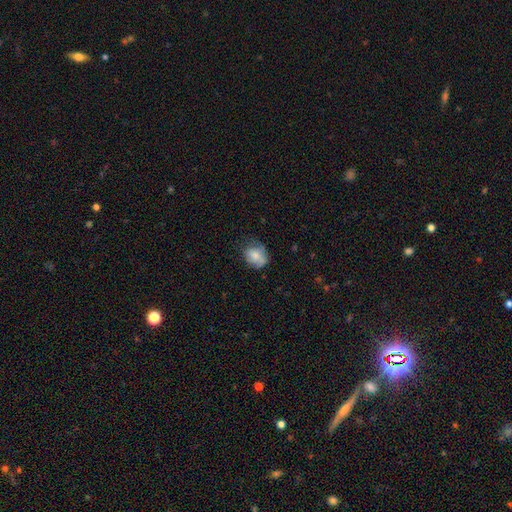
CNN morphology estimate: Smooth or featured? Predicted: smooth (p=0.69). How rounded? Predicted: in between (p=0.52). Merging? Predicted: none (p=0.52).